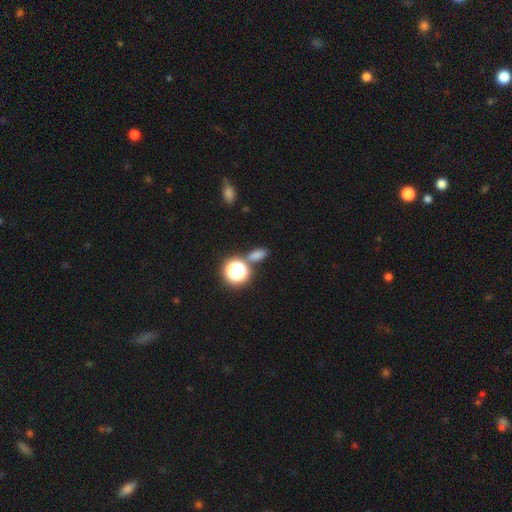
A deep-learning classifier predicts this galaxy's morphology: type=smooth (58%); roundness=in between (57%); merging=none (73%).